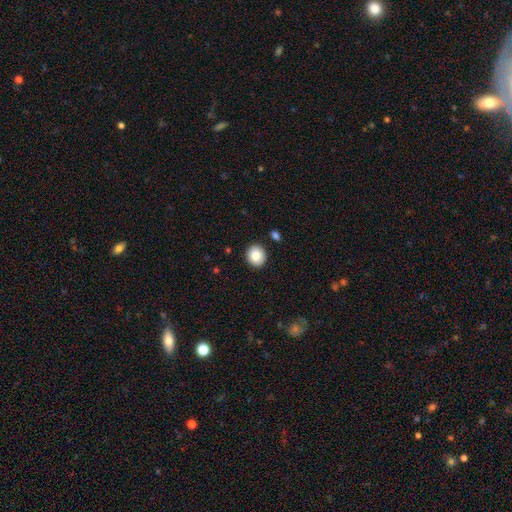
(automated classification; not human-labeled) A smooth galaxy with no disk features (84%) that is round (85%).

Vote fractions:
- Smooth or featured? smooth: 84% / star or artifact: 8% / featured or disk: 7%
- How rounded? round: 85% / in between: 14% / cigar-shaped: 1%
- Merging? none: 91% / minor disturbance: 6% / merger: 2% / major disturbance: 2%